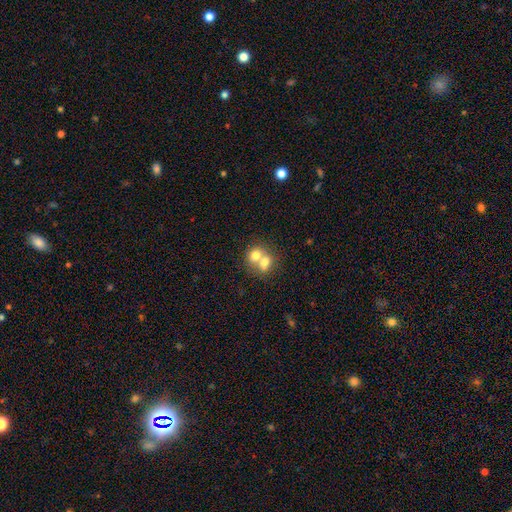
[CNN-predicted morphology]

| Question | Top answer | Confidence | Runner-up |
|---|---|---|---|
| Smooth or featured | smooth | 71% | featured or disk (20%) |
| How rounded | round | 59% | in between (40%) |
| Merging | merger | 70% | none (22%) |